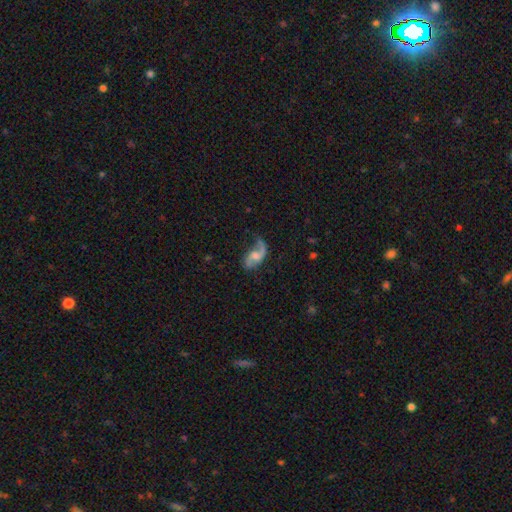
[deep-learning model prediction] Smooth or featured: featured or disk — 83% (smooth — 12%)
Edge-on disk: no — 97% (yes — 3%)
Bar: no — 51% (weak — 40%)
Spiral arms: yes — 95% (no — 5%)
Spiral winding: loose — 68% (medium — 26%)
Spiral arm count: 2 — 86% (1 — 9%)
Bulge size: moderate — 44% (small — 34%)
Merging: none — 61% (minor disturbance — 22%)